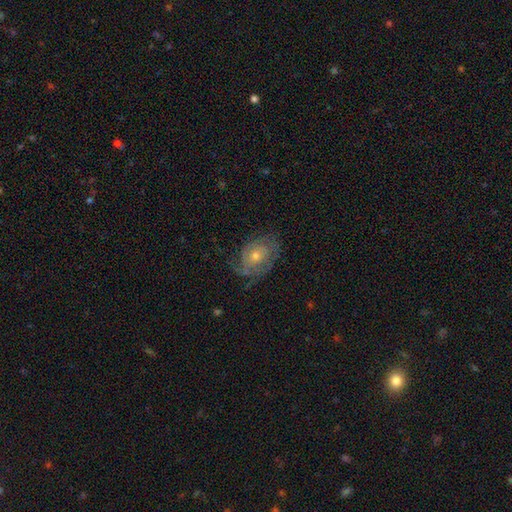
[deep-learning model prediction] Smooth or featured?
  - featured or disk: 73% *
  - smooth: 19%
  - star or artifact: 8%
Edge-on disk?
  - no: 96% *
  - yes: 4%
Bar?
  - no: 78% *
  - weak: 19%
  - strong: 3%
Spiral arms?
  - yes: 87% *
  - no: 13%
Spiral winding?
  - tight: 58% *
  - medium: 31%
  - loose: 11%
Spiral arm count?
  - can't tell: 38% *
  - 2: 30%
  - 3: 15%
  - 1: 8%
  - 4: 5%
  - more than 4: 4%
Bulge size?
  - moderate: 56% *
  - small: 39%
  - large: 3%
  - none: 1%
  - dominant: 1%
Merging?
  - none: 67% *
  - minor disturbance: 21%
  - major disturbance: 11%
  - merger: 1%